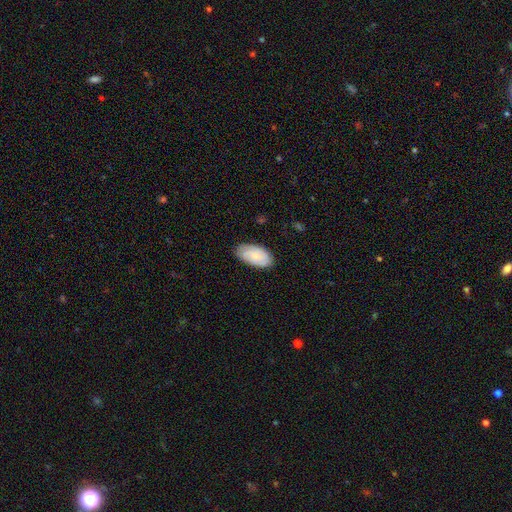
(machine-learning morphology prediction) Smooth or featured? Predicted: smooth (p=0.59). How rounded? Predicted: in between (p=0.95). Merging? Predicted: none (p=0.79).